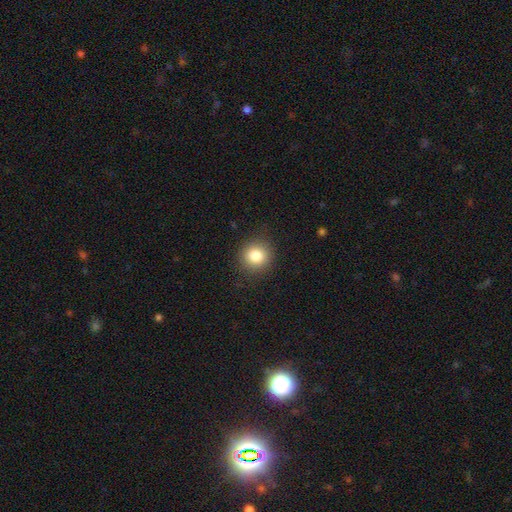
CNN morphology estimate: Smooth or featured?
  - smooth: 82% *
  - star or artifact: 11%
  - featured or disk: 7%
How rounded?
  - round: 90% *
  - in between: 9%
  - cigar-shaped: 1%
Merging?
  - none: 89% *
  - minor disturbance: 8%
  - major disturbance: 3%
  - merger: 1%